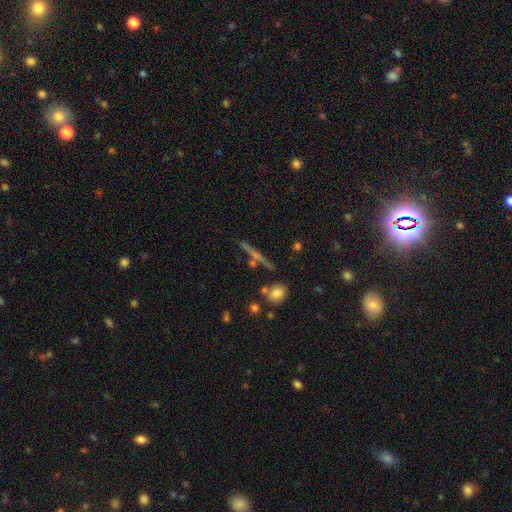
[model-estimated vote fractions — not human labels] Overall: featured or disk (62%; smooth 24%). Edge-on disk: yes (96%). Edge-on bulge: rounded (59%; none 32%). Merging: none (84%).